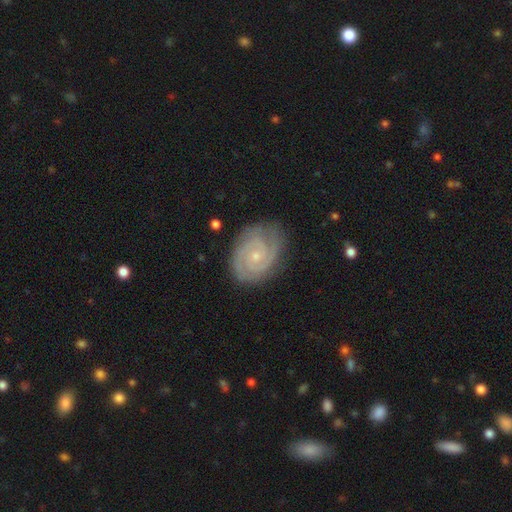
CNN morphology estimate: Overall: featured or disk (88%). Edge-on disk: no (98%). Bar: no (72%). Spiral arms: yes (98%). Spiral arm count: 2 (69%). Spiral winding: tight (72%). Bulge size: small (76%). Merging: none (80%).